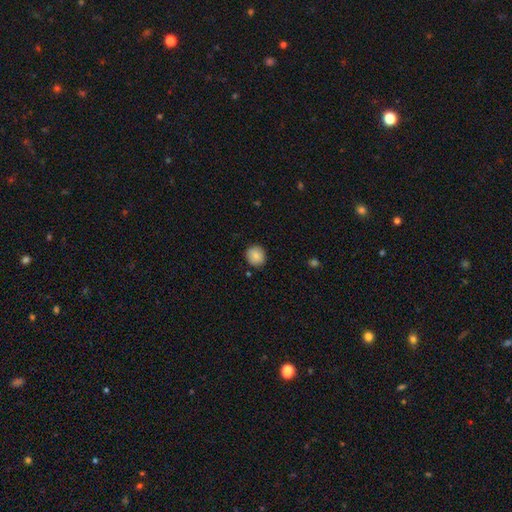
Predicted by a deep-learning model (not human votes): This appears to be a smooth galaxy with no disk features (86%) that is round (85%). Merging: none (87%).